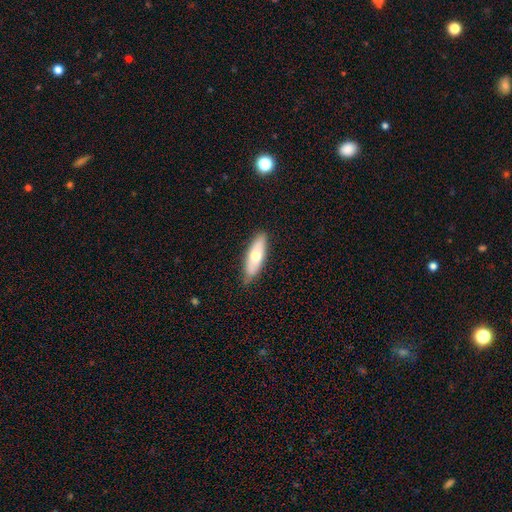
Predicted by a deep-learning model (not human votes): This is likely a smooth galaxy (61%). How rounded: possibly in between (58%). Merging: clearly none (82%).